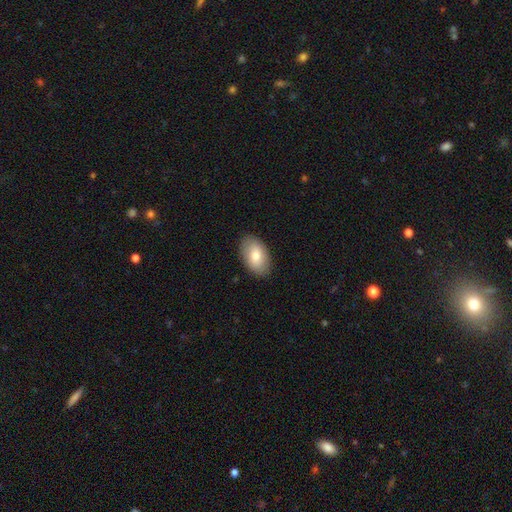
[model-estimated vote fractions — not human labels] Smooth or featured: smooth — 77% (featured or disk — 16%)
How rounded: in between — 93% (round — 6%)
Merging: none — 88% (minor disturbance — 9%)